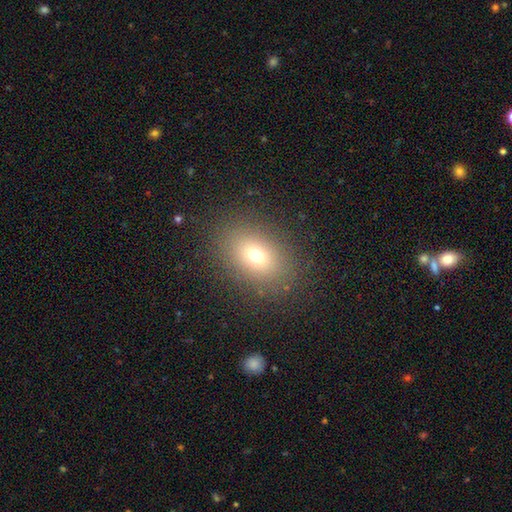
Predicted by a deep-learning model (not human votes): Morphology: type=smooth (71%); roundness=in between (70%); merging=none (86%).